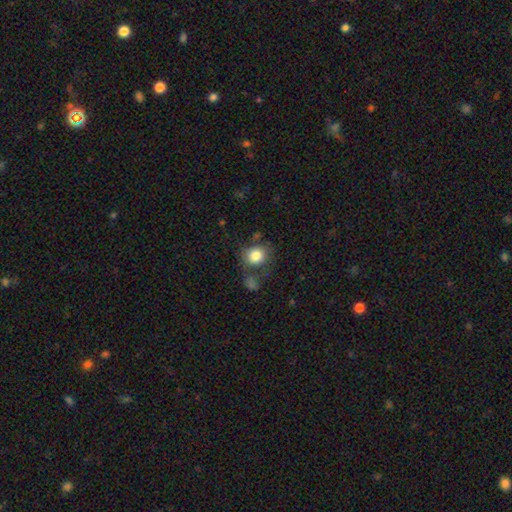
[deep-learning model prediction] A smooth galaxy with no disk features (83%) that is round (75%). Merging: none (64%).